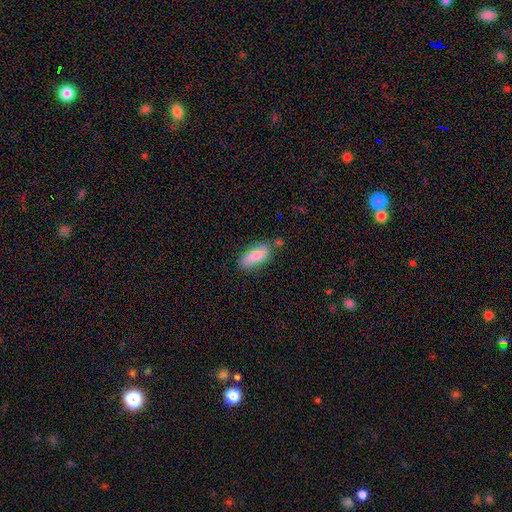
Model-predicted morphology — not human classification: Smooth or featured: smooth — 81% (featured or disk — 12%)
How rounded: in between — 82% (cigar-shaped — 15%)
Merging: none — 67% (minor disturbance — 21%)